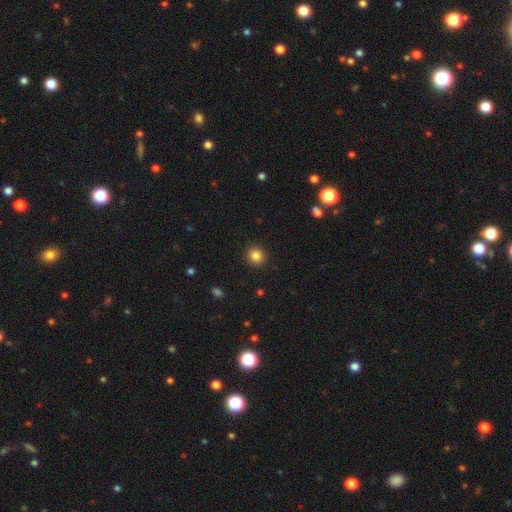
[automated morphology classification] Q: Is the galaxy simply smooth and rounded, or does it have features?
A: smooth — 85%.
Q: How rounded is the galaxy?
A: round — 90%.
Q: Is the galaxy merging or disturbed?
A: none — 92%.